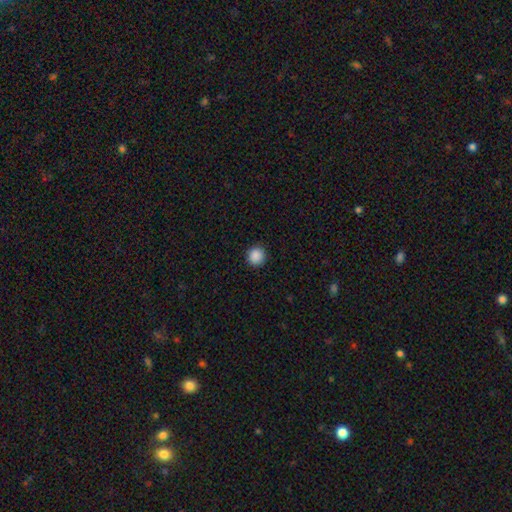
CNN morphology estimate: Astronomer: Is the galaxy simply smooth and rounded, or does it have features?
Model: smooth — 89%.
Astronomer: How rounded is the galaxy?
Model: round — 94%.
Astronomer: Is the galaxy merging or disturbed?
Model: none — 92%.